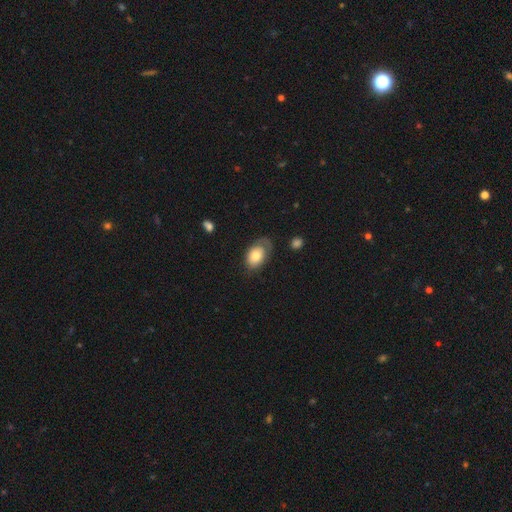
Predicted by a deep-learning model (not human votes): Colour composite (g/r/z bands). It shows a smooth galaxy with no disk features (69%) that is in between round and cigar-shaped (87%). Merging: none (50%).